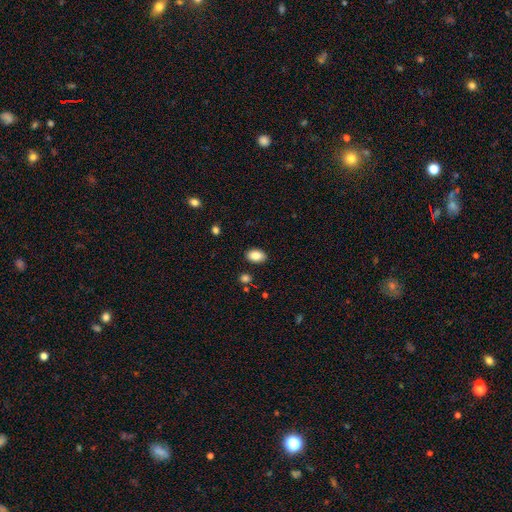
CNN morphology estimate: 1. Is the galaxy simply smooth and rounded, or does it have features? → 87% smooth, 8% star or artifact, 5% featured or disk.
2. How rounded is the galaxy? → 88% in between, 11% round, 1% cigar-shaped.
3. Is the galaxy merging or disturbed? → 88% none, 8% minor disturbance, 2% major disturbance, 2% merger.